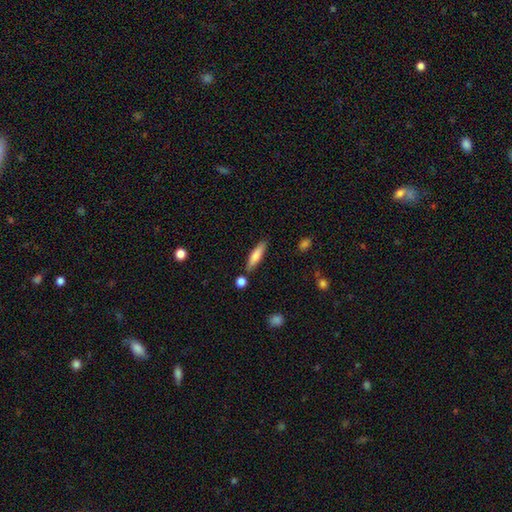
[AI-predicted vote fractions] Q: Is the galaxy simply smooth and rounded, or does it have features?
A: smooth — 76%.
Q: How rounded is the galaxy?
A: cigar-shaped — 75%.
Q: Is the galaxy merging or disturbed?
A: none — 80%.